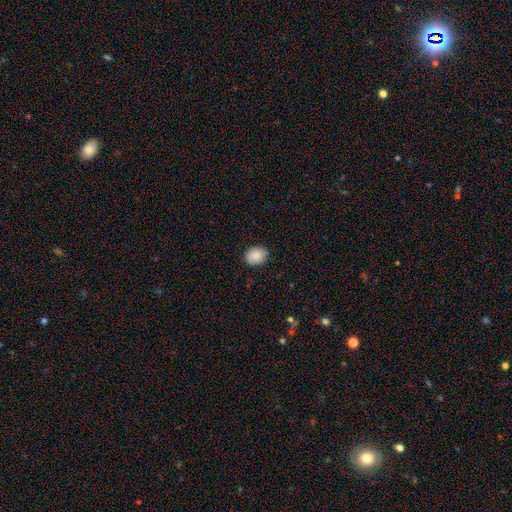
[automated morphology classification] Overall: smooth (87%). How rounded: in between (59%; round 40%). Merging: none (88%).